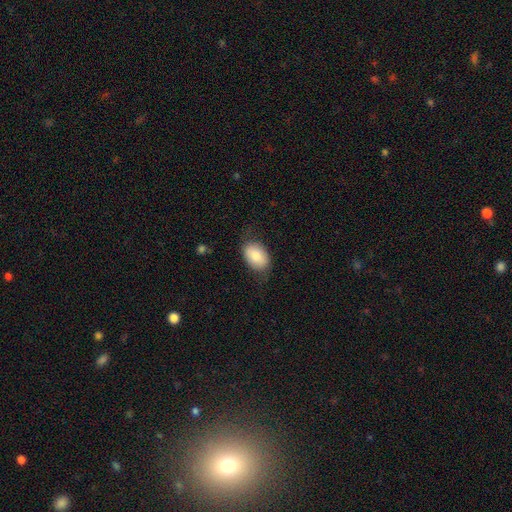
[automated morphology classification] Q: Smooth or featured?
A: smooth (80%); runner-up: featured or disk (14%)
Q: How rounded?
A: in between (85%); runner-up: round (14%)
Q: Merging?
A: none (71%); runner-up: minor disturbance (21%)